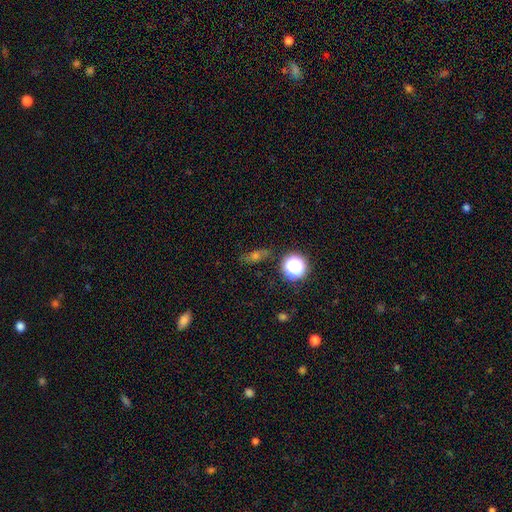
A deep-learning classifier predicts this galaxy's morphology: Smooth or featured? Predicted: smooth (p=0.44). Merging? Predicted: none (p=0.78).